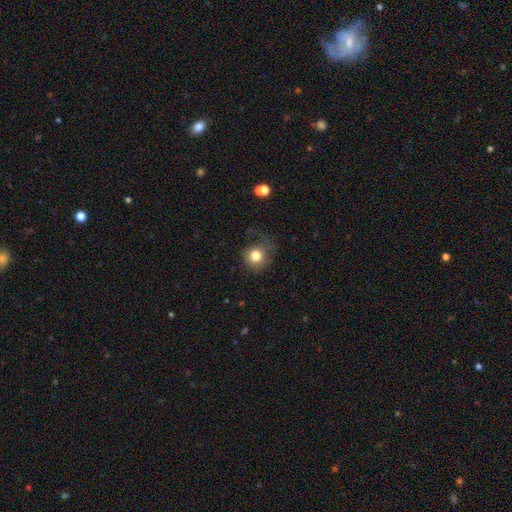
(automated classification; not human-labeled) A smooth galaxy with no disk features (80%) that is round (86%).

Vote fractions:
- Smooth or featured? smooth: 80% / star or artifact: 11% / featured or disk: 9%
- How rounded? round: 86% / in between: 13% / cigar-shaped: 1%
- Merging? none: 61% / minor disturbance: 23% / major disturbance: 15% / merger: 2%